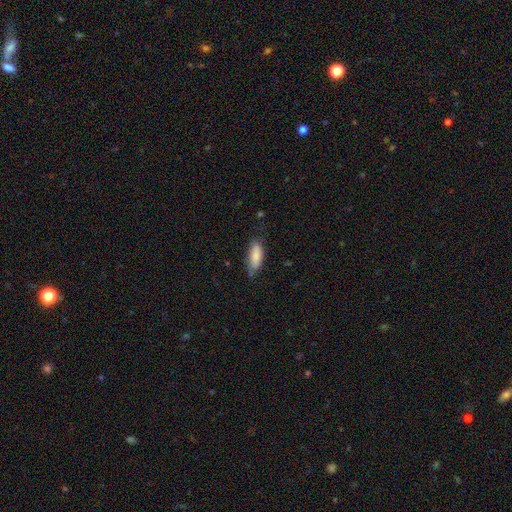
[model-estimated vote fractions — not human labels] The model was most divided on "merging": none: 64%, minor disturbance: 28%, major disturbance: 6%, merger: 2%. More confident: smooth or featured — smooth (84%); how rounded — in between (77%).